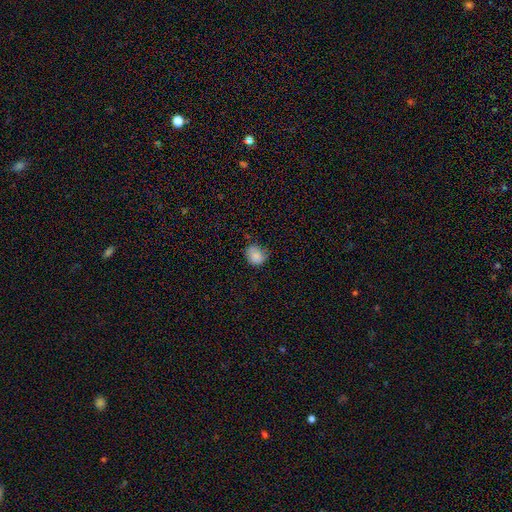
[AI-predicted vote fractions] This is clearly a smooth galaxy (83%). How rounded: likely round (65%). Merging: likely none (64%).